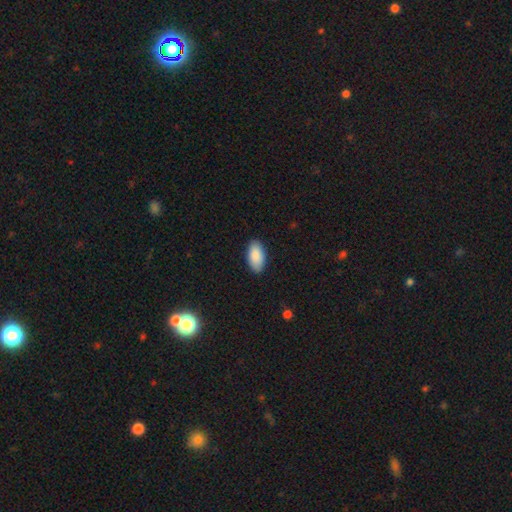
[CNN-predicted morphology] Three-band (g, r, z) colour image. It shows a smooth galaxy with no disk features (89%) that is in between round and cigar-shaped (95%). Merging: none (89%).